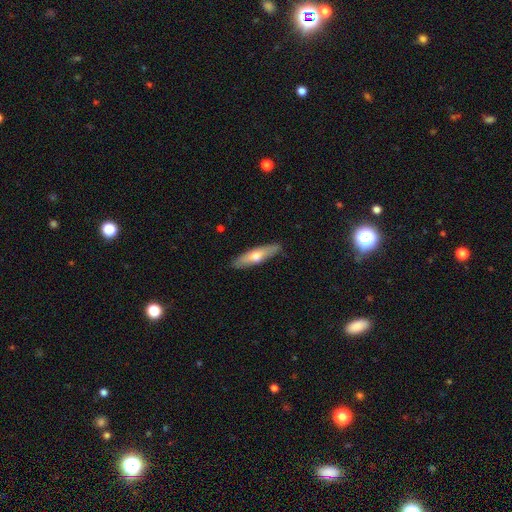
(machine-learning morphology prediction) Q: Smooth or featured?
A: smooth (55%); runner-up: featured or disk (39%)
Q: How rounded?
A: cigar-shaped (72%); runner-up: in between (26%)
Q: Merging?
A: none (87%); runner-up: minor disturbance (10%)